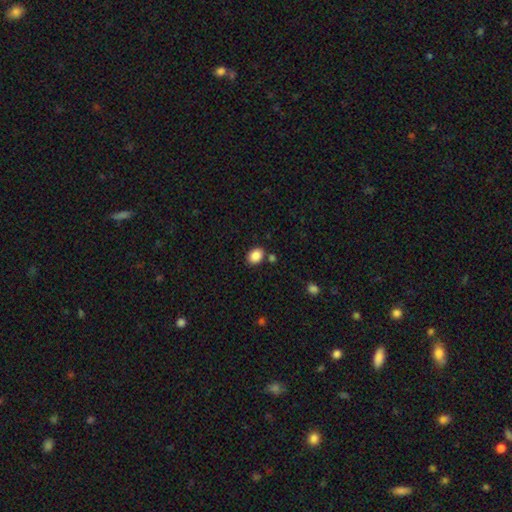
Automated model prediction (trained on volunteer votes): Smooth or featured?
  - smooth: 88% *
  - star or artifact: 8%
  - featured or disk: 4%
How rounded?
  - in between: 67% *
  - round: 33%
  - cigar-shaped: 1%
Merging?
  - none: 80% *
  - minor disturbance: 10%
  - merger: 7%
  - major disturbance: 3%